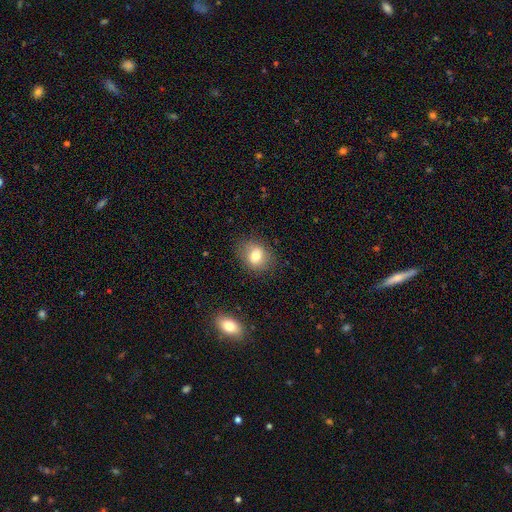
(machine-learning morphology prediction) Smooth or featured? smooth (76%)
How rounded? round (50%)
Merging? none (81%)